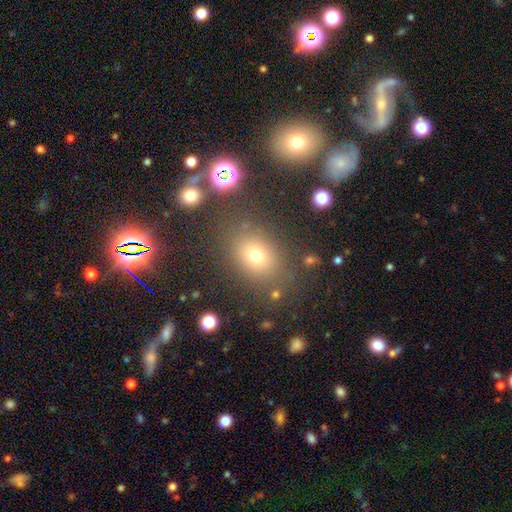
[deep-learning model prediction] A smooth galaxy with no disk features (66%) that is in between round and cigar-shaped (53%). Merging: none (78%).